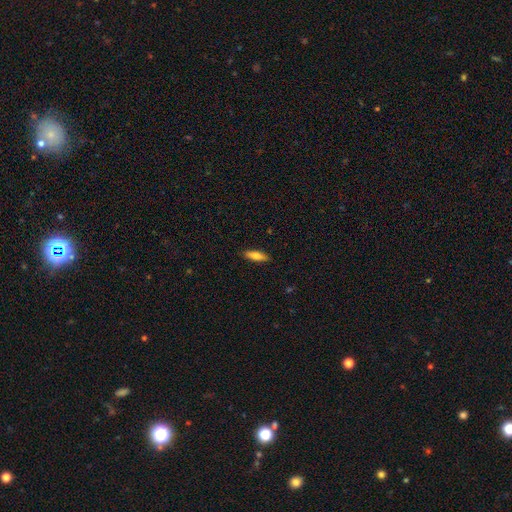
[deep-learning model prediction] Overall: smooth (72%). How rounded: cigar-shaped (51%; in between 47%). Merging: none (88%).